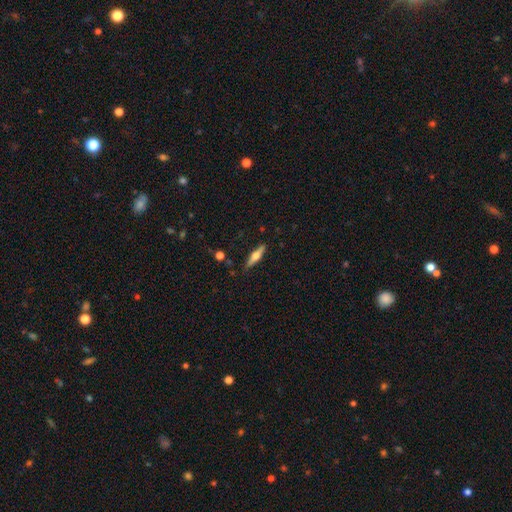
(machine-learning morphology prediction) Overall: featured or disk (53%; smooth 41%). Edge-on disk: yes (95%). Edge-on bulge: rounded (89%). Merging: none (86%).